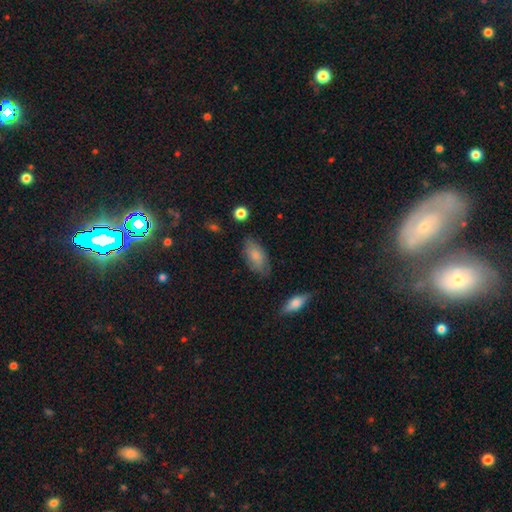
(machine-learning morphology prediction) smooth_or_featured: smooth (p=0.78) [alt: featured or disk p=0.16]
how_rounded: in between (p=0.91) [alt: cigar-shaped p=0.06]
merging: none (p=0.76) [alt: minor disturbance p=0.18]